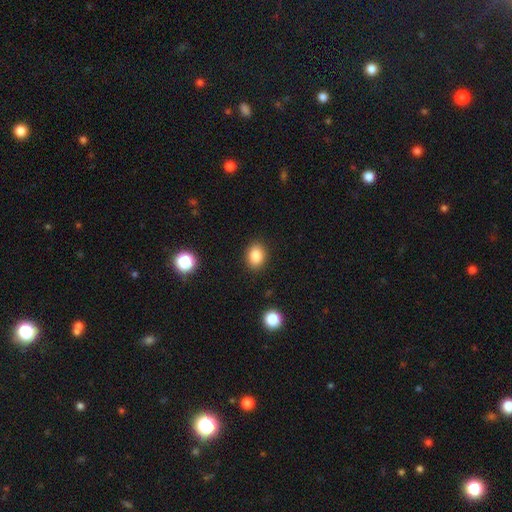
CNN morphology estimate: smooth 86%, star or artifact 9%, featured or disk 5%. Down the decision tree: how rounded — in between (67%); merging — none (87%).